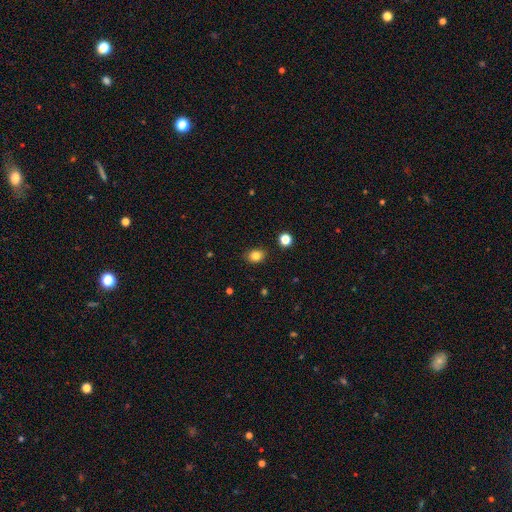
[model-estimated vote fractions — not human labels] A smooth galaxy with no disk features (83%) that is in between round and cigar-shaped (58%).

Vote fractions:
- Smooth or featured? smooth: 83% / star or artifact: 11% / featured or disk: 6%
- How rounded? in between: 58% / round: 41% / cigar-shaped: 1%
- Merging? none: 86% / minor disturbance: 10% / major disturbance: 2% / merger: 2%